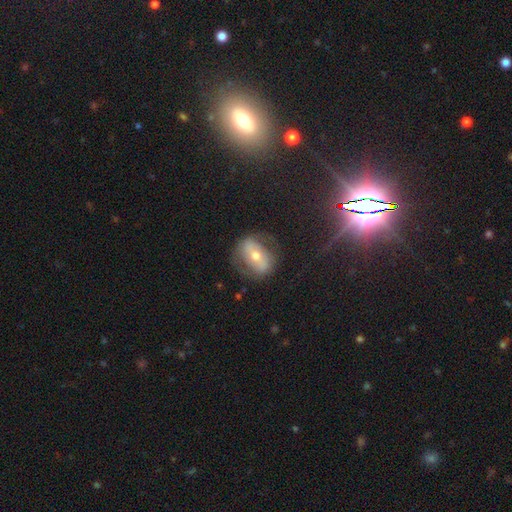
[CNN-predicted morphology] Smooth or featured?
  - featured or disk: 59% *
  - smooth: 32%
  - star or artifact: 9%
Edge-on disk?
  - no: 90% *
  - yes: 10%
Bar?
  - strong: 48% *
  - no: 27%
  - weak: 25%
Spiral arms?
  - yes: 50% * (tied)
  - no: 50% * (tied)
Bulge size?
  - moderate: 61% *
  - small: 33%
  - large: 5%
  - none: 1%
  - dominant: 1%
Merging?
  - none: 68% *
  - minor disturbance: 18%
  - major disturbance: 12%
  - merger: 2%